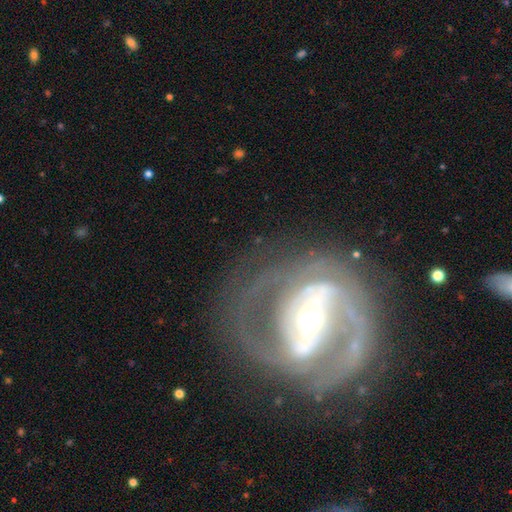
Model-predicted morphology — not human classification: Smooth or featured? featured or disk (89%)
Edge-on disk? no (97%)
Bar? strong (55%)
Spiral arms? yes (93%)
Spiral winding? medium (46%)
Spiral arm count? 2 (74%)
Bulge size? moderate (55%)
Merging? none (67%)